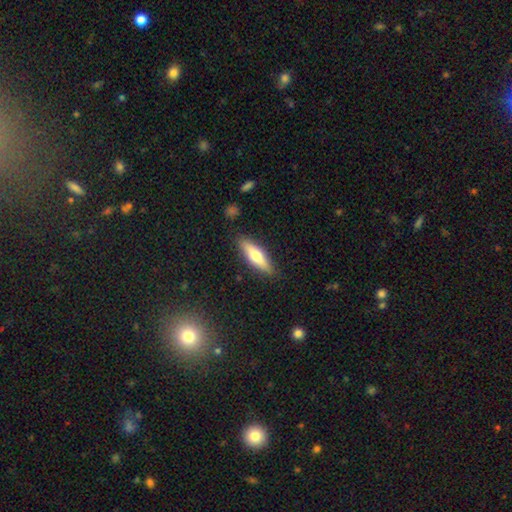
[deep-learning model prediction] Smooth or featured? Predicted: smooth (p=0.59). How rounded? Predicted: cigar-shaped (p=0.64). Merging? Predicted: none (p=0.86).